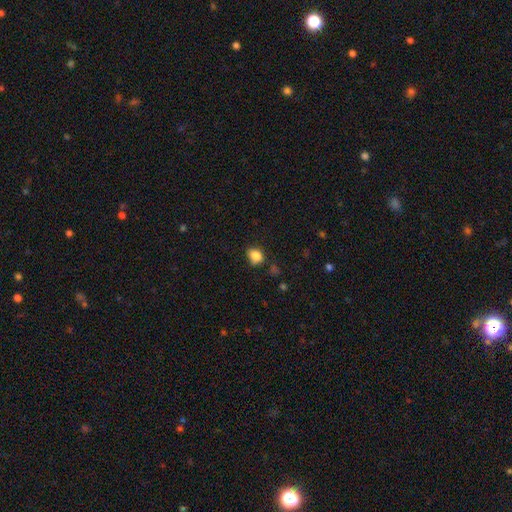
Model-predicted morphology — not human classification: Smooth or featured? smooth (84%)
How rounded? in between (62%)
Merging? none (67%)